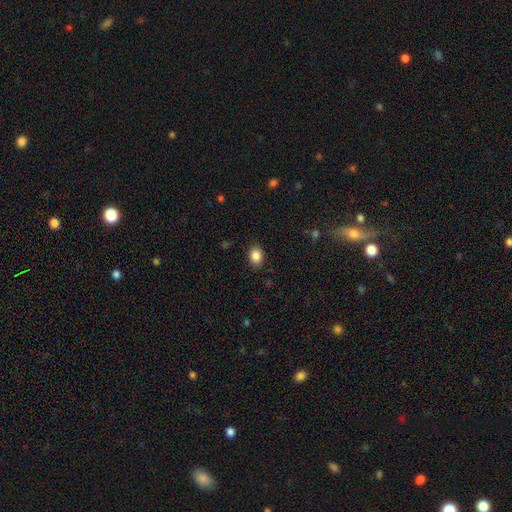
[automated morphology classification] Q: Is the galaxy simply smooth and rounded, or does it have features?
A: smooth — 87%.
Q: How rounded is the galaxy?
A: in between — 63%.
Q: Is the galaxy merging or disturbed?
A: none — 88%.